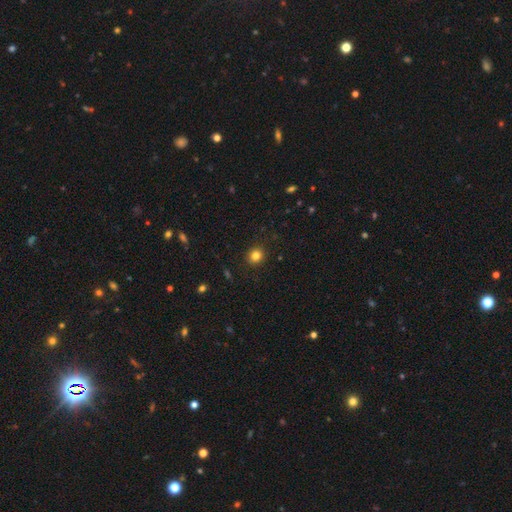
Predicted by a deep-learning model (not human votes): smooth-or-featured: smooth: 83% | star or artifact: 12% | featured or disk: 5%
  how-rounded: round: 87% | in between: 12% | cigar-shaped: 1%
  merging: none: 91% | minor disturbance: 6% | major disturbance: 2% | merger: 1%